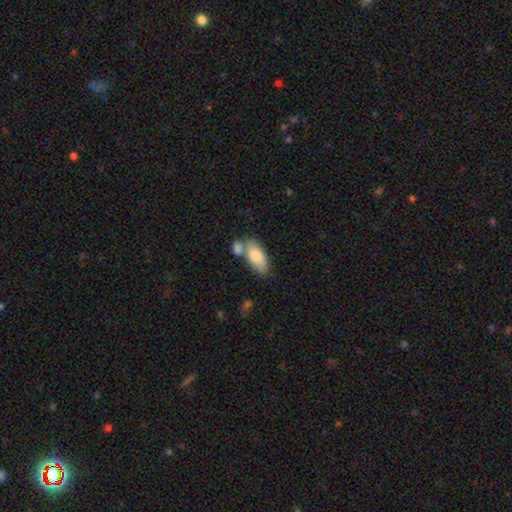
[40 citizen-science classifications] Volunteers were most divided on "merging": none: 58%, merger: 26%, minor disturbance: 13%, major disturbance: 3%. More confident: smooth or featured — smooth (85%); how rounded — in between (76%).